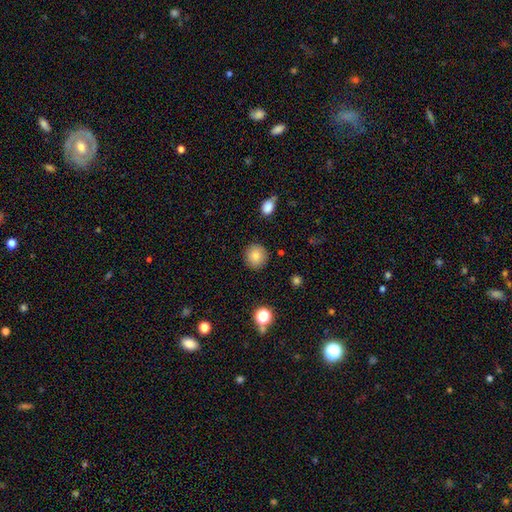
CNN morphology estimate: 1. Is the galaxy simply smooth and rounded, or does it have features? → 82% smooth, 10% star or artifact, 8% featured or disk.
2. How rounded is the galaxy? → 90% round, 9% in between, 1% cigar-shaped.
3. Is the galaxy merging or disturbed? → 89% none, 8% minor disturbance, 2% major disturbance, 2% merger.